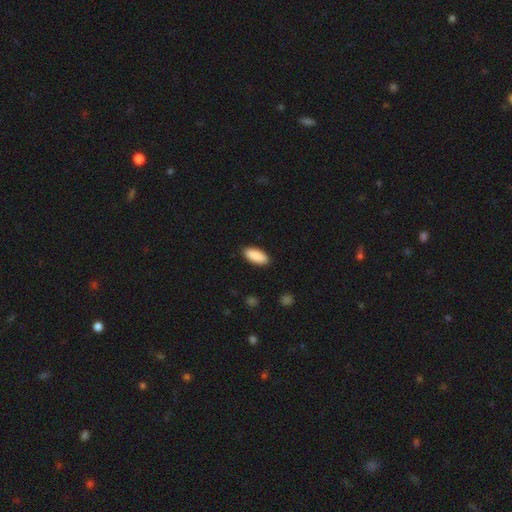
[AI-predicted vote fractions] smooth_or_featured: smooth (p=0.91) [alt: star or artifact p=0.06]
how_rounded: in between (p=0.85) [alt: cigar-shaped p=0.13]
merging: none (p=0.89) [alt: minor disturbance p=0.08]